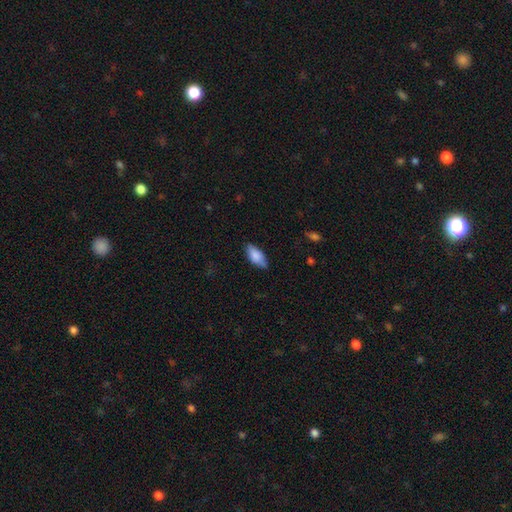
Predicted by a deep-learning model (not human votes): smooth 82%, featured or disk 12%, star or artifact 6%. Down the decision tree: how rounded — in between (88%); merging — none (75%).